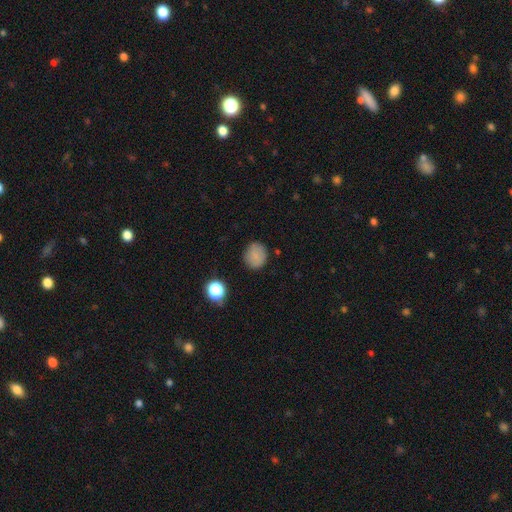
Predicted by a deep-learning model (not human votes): Smooth or featured? Predicted: smooth (p=0.83). How rounded? Predicted: round (p=0.77). Merging? Predicted: none (p=0.86).